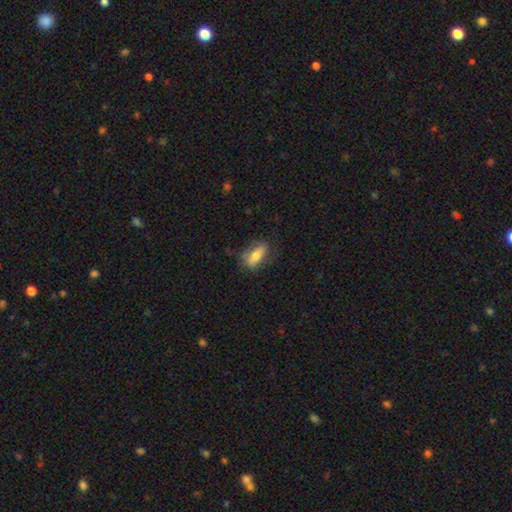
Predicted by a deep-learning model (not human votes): A smooth galaxy with no disk features (62%) that is in between round and cigar-shaped (73%).

Vote fractions:
- Smooth or featured? smooth: 62% / featured or disk: 31% / star or artifact: 7%
- How rounded? in between: 73% / cigar-shaped: 23% / round: 5%
- Merging? none: 66% / minor disturbance: 22% / major disturbance: 10% / merger: 2%